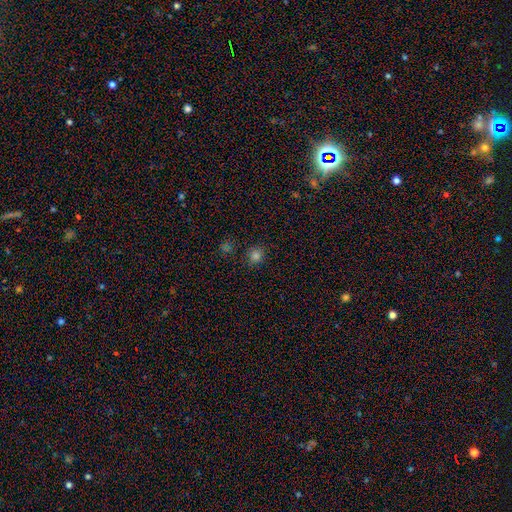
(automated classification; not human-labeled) This is likely a smooth galaxy (78%). How rounded: clearly round (82%). Merging: clearly none (84%).